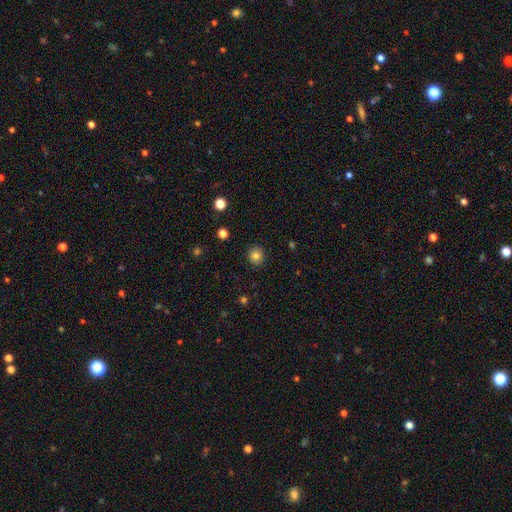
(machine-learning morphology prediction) Q: Smooth or featured?
A: smooth (82%); runner-up: star or artifact (12%)
Q: How rounded?
A: round (90%); runner-up: in between (9%)
Q: Merging?
A: none (91%); runner-up: minor disturbance (6%)